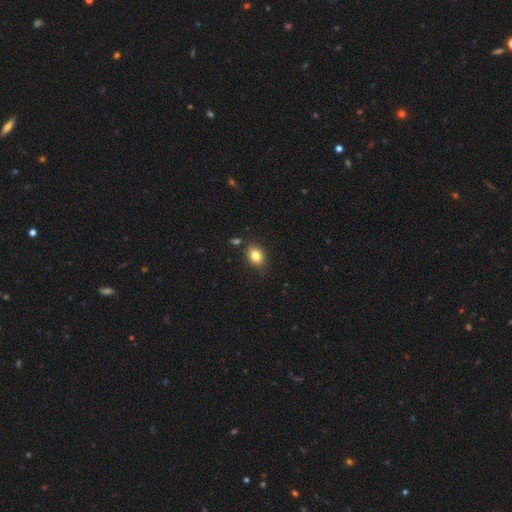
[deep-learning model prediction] Q: Smooth or featured?
A: smooth (82%); runner-up: star or artifact (10%)
Q: How rounded?
A: in between (62%); runner-up: round (37%)
Q: Merging?
A: none (82%); runner-up: minor disturbance (12%)